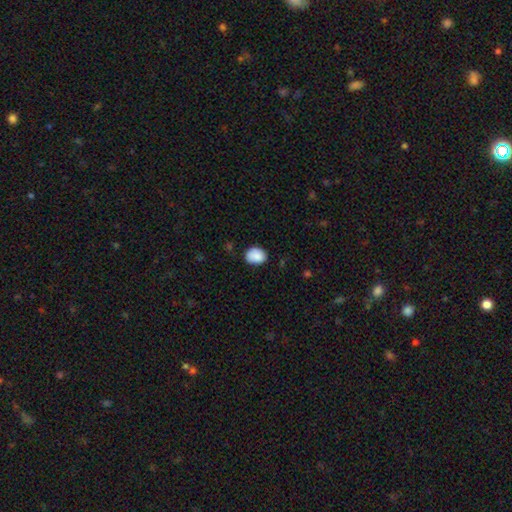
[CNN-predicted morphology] Smooth or featured? Predicted: smooth (p=0.88). How rounded? Predicted: in between (p=0.63). Merging? Predicted: none (p=0.74).